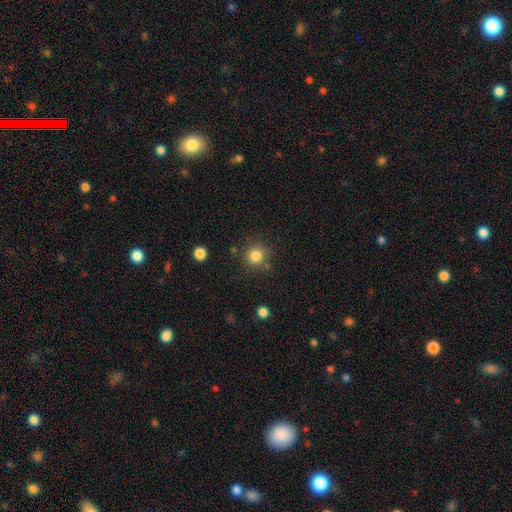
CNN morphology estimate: smooth 83%, star or artifact 11%, featured or disk 6%. Down the decision tree: how rounded — round (92%); merging — none (80%).